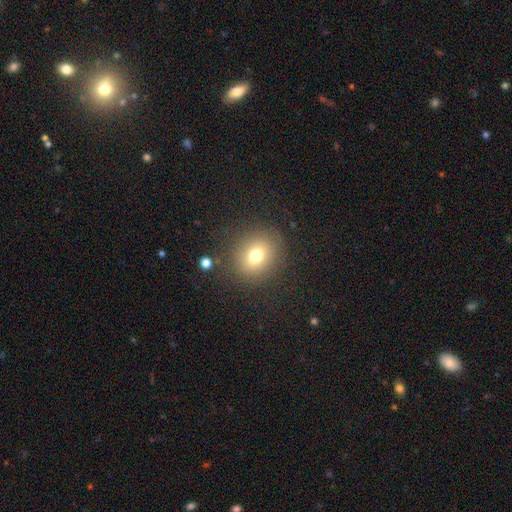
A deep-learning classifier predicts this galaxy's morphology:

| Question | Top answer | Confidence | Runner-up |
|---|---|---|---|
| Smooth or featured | smooth | 74% | star or artifact (14%) |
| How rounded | round | 69% | in between (30%) |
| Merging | none | 84% | minor disturbance (9%) |